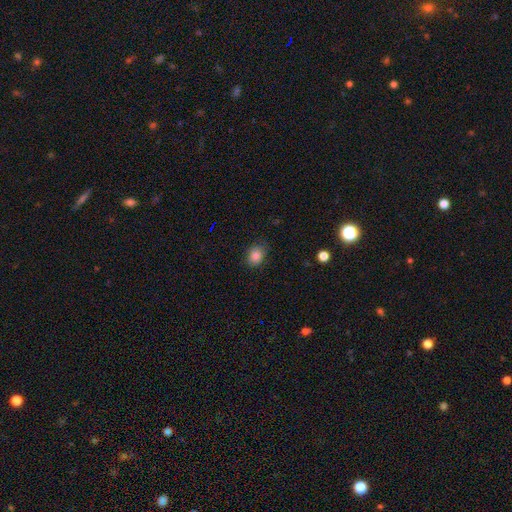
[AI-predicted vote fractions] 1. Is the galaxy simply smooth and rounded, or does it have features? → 85% smooth, 10% star or artifact, 5% featured or disk.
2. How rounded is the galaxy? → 53% in between, 46% round, 1% cigar-shaped.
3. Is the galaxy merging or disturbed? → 79% none, 17% minor disturbance, 4% major disturbance, 1% merger.